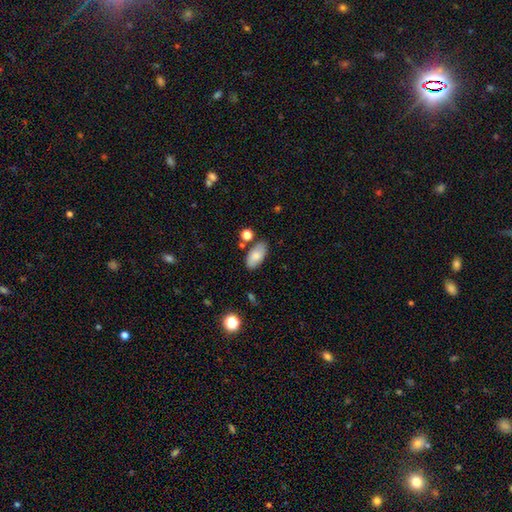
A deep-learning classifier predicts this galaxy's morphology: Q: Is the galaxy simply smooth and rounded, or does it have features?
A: smooth — 80%.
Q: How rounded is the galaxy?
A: in between — 93%.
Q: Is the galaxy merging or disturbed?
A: none — 76%.